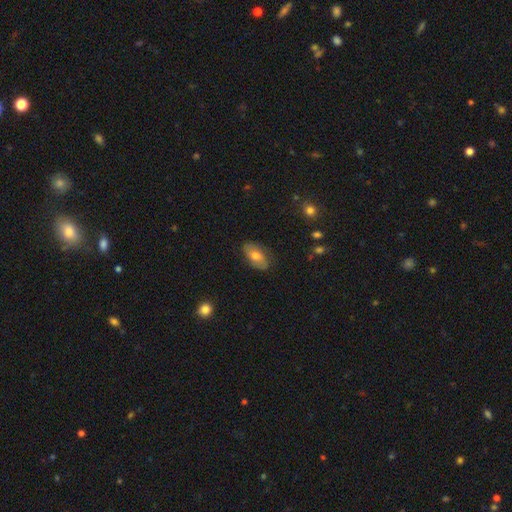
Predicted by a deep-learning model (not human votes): smooth 65%, featured or disk 27%, star or artifact 8%. Down the decision tree: how rounded — in between (91%); merging — none (81%).